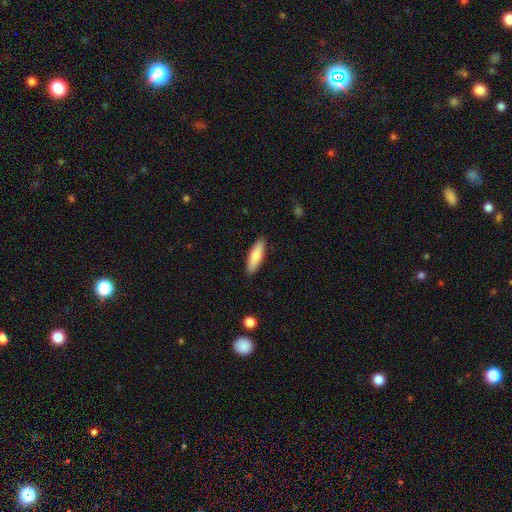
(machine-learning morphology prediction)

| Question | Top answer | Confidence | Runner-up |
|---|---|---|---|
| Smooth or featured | smooth | 81% | featured or disk (13%) |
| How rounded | cigar-shaped | 54% | in between (45%) |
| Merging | none | 89% | minor disturbance (8%) |